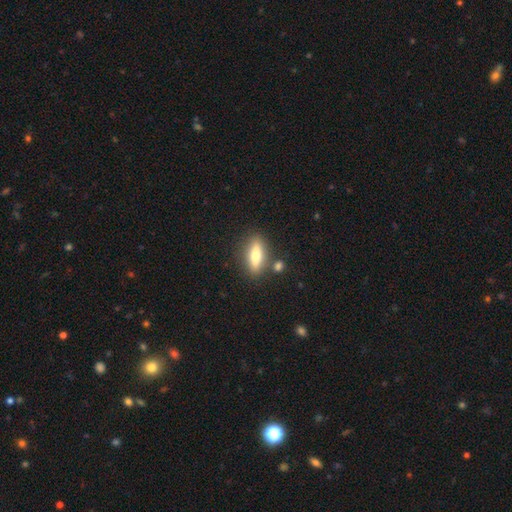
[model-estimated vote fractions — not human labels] smooth-or-featured: smooth: 63% | featured or disk: 30% | star or artifact: 7%
  how-rounded: in between: 49% | cigar-shaped: 48% | round: 3%
  merging: none: 81% | minor disturbance: 10% | merger: 7% | major disturbance: 3%